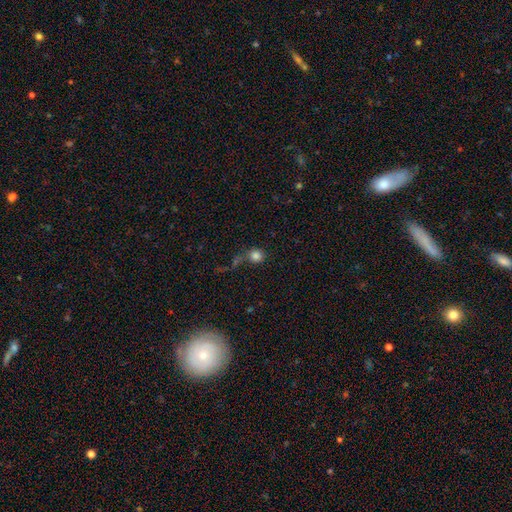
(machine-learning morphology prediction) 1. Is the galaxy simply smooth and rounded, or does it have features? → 82% smooth, 12% star or artifact, 6% featured or disk.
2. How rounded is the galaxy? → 85% round, 14% in between, 1% cigar-shaped.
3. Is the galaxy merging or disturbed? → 62% none, 18% merger, 13% minor disturbance, 8% major disturbance.